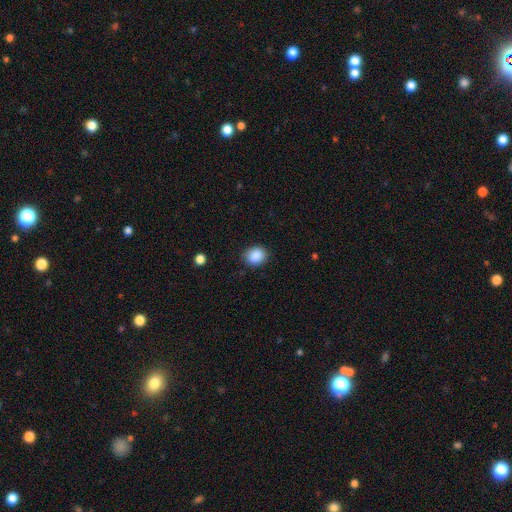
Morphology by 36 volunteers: This is clearly a smooth galaxy (100%). How rounded: clearly round (81%). Merging: clearly none (92%).